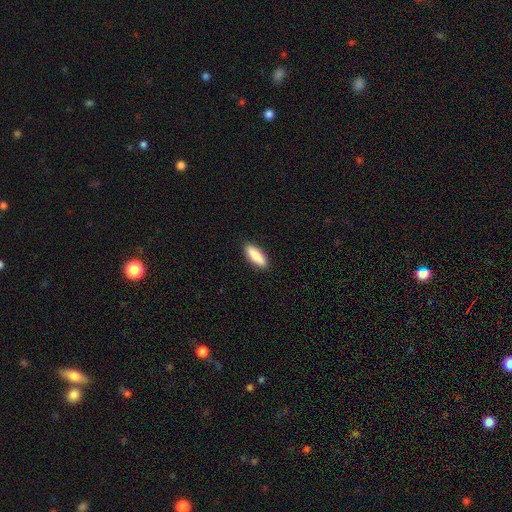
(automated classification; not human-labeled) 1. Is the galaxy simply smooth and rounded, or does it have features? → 82% smooth, 12% featured or disk, 6% star or artifact.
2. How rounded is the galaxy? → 62% in between, 36% cigar-shaped, 2% round.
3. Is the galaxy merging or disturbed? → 90% none, 8% minor disturbance, 2% major disturbance, 1% merger.